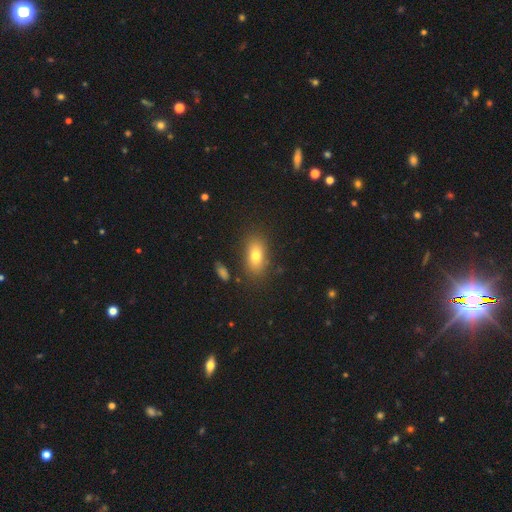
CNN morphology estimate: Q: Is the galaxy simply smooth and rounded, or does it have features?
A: smooth — 77%.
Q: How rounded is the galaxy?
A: in between — 85%.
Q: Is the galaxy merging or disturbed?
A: none — 82%.